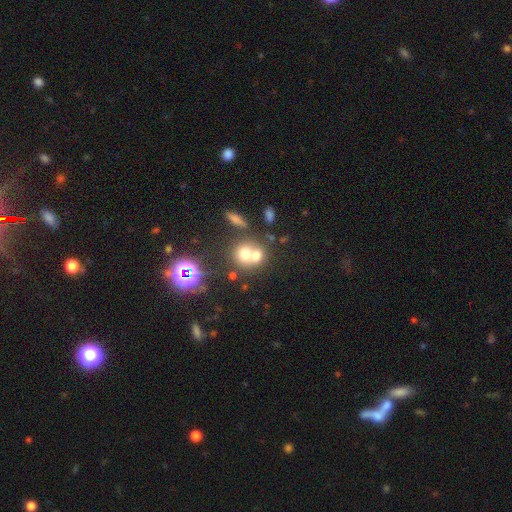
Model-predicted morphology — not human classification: The model was most divided on "merging": merger: 61%, none: 29%, minor disturbance: 6%, major disturbance: 4%. More confident: how rounded — round (72%); smooth or featured — smooth (63%).